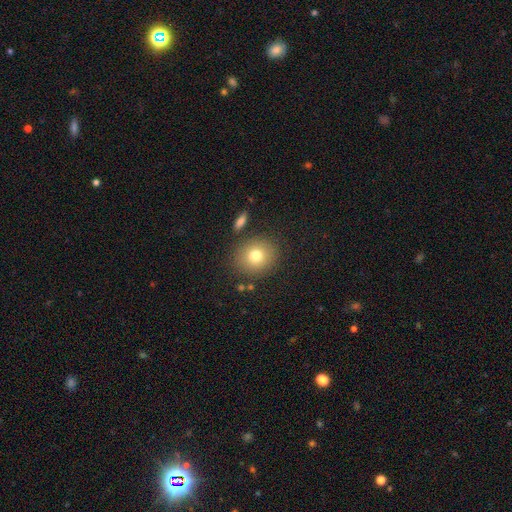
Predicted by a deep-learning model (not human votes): This appears to be a smooth galaxy with no disk features (76%) that is round (79%). Merging: none (84%).